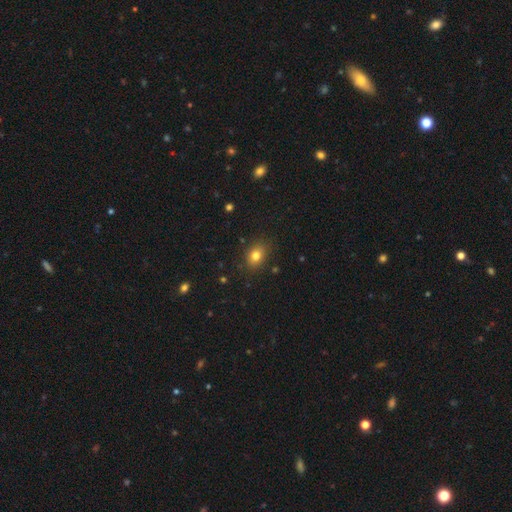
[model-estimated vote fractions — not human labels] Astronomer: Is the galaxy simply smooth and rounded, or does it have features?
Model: smooth — 80%.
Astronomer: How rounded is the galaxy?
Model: in between — 61% (runner-up: round, 38%).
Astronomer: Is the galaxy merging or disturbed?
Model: none — 84%.